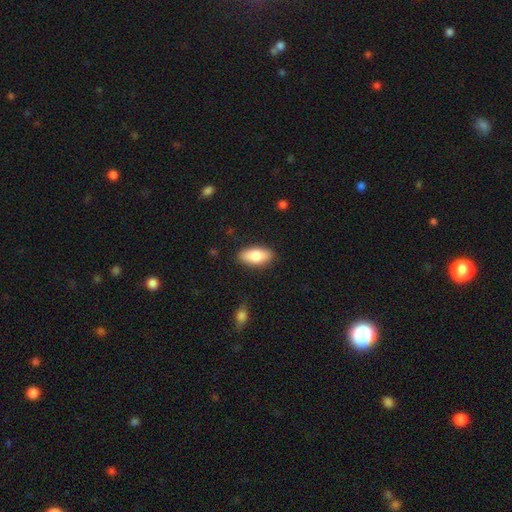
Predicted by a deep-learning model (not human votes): A smooth galaxy with no disk features (83%) that is in between round and cigar-shaped (88%). Merging: none (87%).